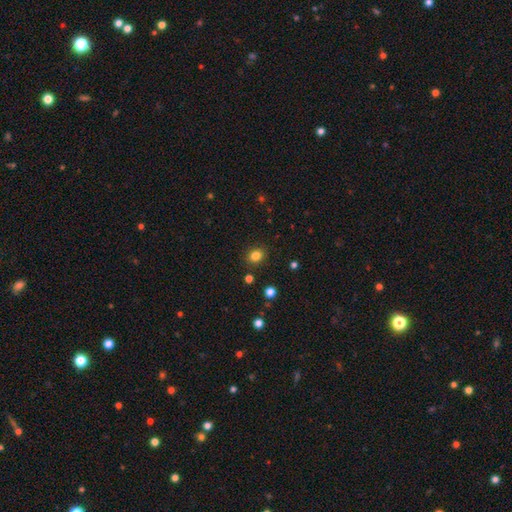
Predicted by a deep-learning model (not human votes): Smooth or featured?
  - smooth: 82% *
  - star or artifact: 13%
  - featured or disk: 5%
How rounded?
  - round: 56% *
  - in between: 43%
  - cigar-shaped: 1%
Merging?
  - none: 87% *
  - minor disturbance: 8%
  - major disturbance: 2%
  - merger: 2%